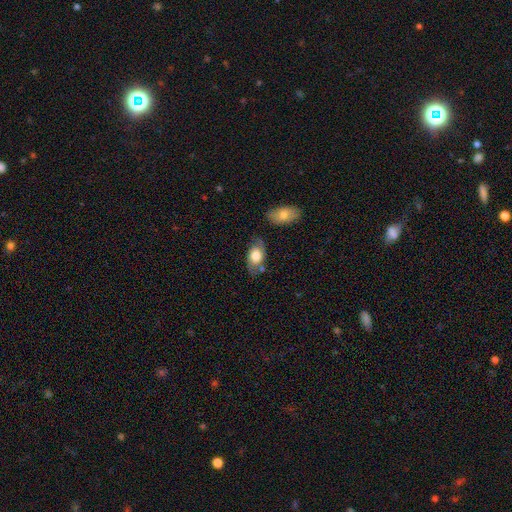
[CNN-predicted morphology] Overall: smooth (57%; featured or disk 36%). How rounded: in between (89%). Merging: none (66%).